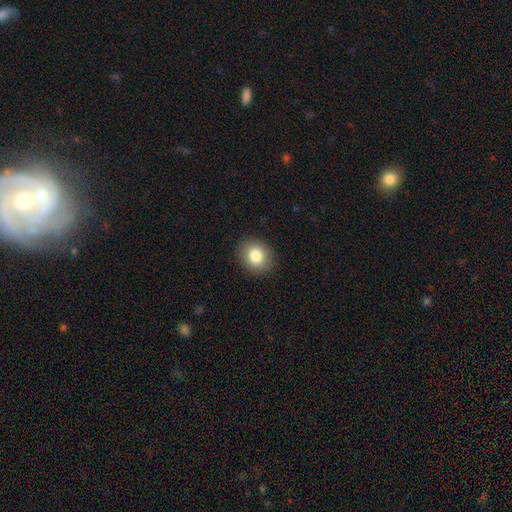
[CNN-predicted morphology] A smooth galaxy with no disk features (83%) that is round (65%).

Vote fractions:
- Smooth or featured? smooth: 83% / star or artifact: 9% / featured or disk: 8%
- How rounded? round: 65% / in between: 34% / cigar-shaped: 1%
- Merging? none: 89% / minor disturbance: 7% / major disturbance: 2% / merger: 1%